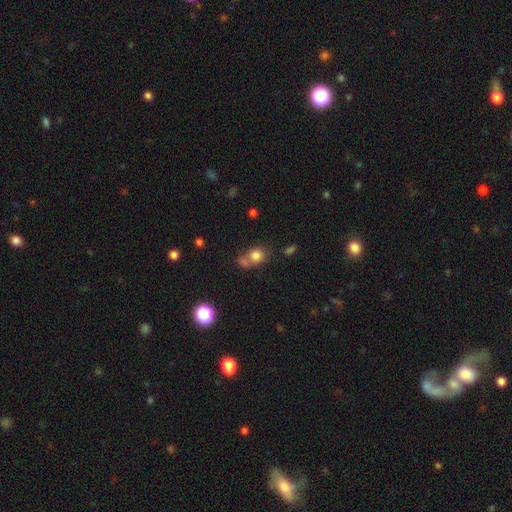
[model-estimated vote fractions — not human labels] Overall: smooth (80%). How rounded: round (75%). Merging: none (47%; merger 37%).